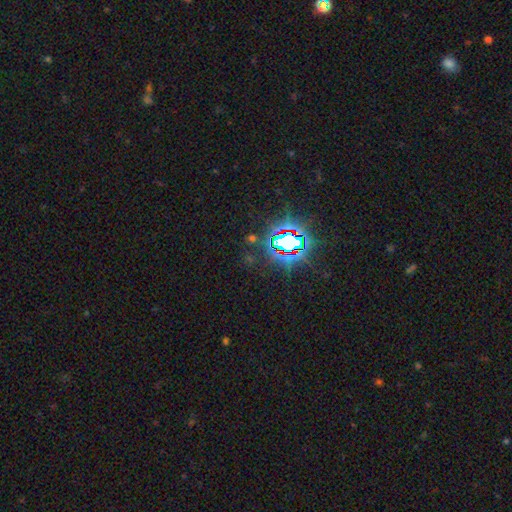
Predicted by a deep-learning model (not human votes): star or artifact 83%, smooth 10%, featured or disk 7%.